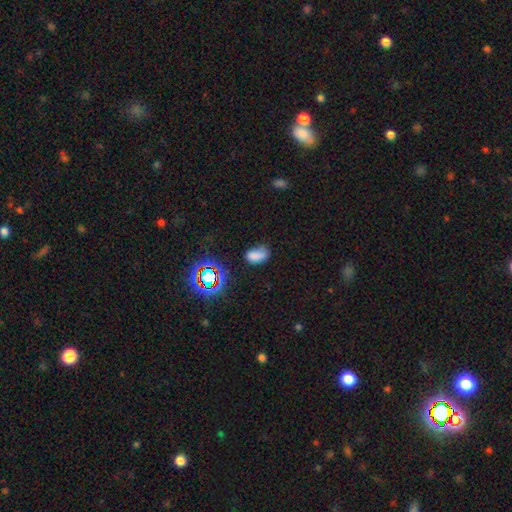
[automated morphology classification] Smooth or featured?
  - smooth: 72% *
  - star or artifact: 19%
  - featured or disk: 9%
How rounded?
  - in between: 89% *
  - round: 9%
  - cigar-shaped: 2%
Merging?
  - none: 58% *
  - minor disturbance: 28%
  - major disturbance: 10%
  - merger: 4%